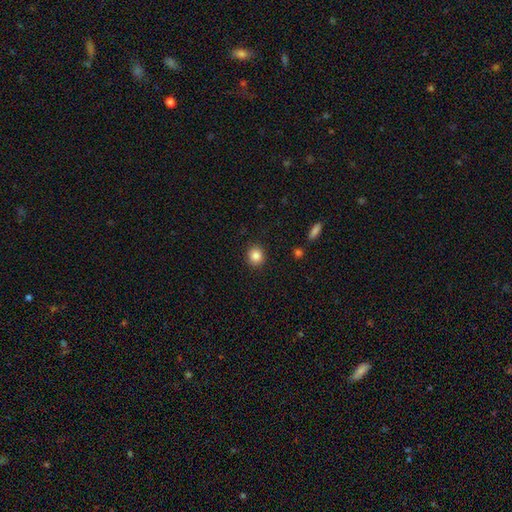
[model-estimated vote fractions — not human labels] This is clearly a smooth galaxy (85%). How rounded: clearly round (85%). Merging: clearly none (91%).